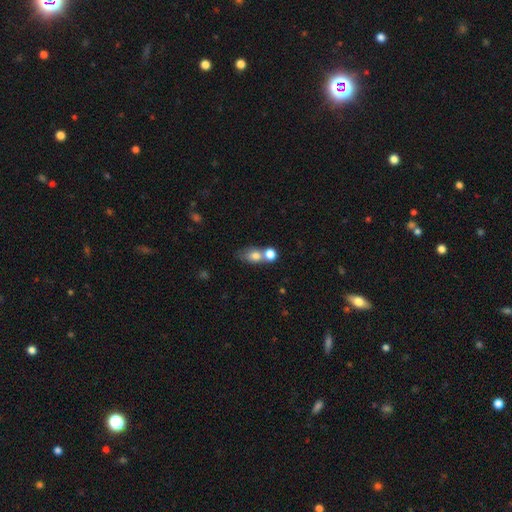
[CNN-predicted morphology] smooth-or-featured: smooth: 75% | featured or disk: 14% | star or artifact: 11%
  how-rounded: in between: 63% | round: 34% | cigar-shaped: 3%
  merging: merger: 53% | none: 31% | minor disturbance: 10% | major disturbance: 6%